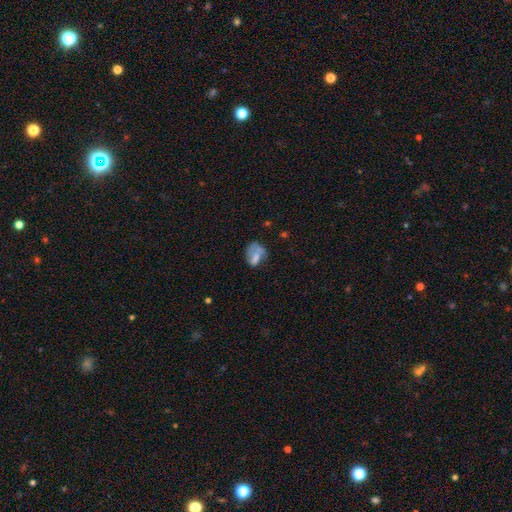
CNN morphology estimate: Smooth or featured? smooth (57%)
How rounded? in between (72%)
Merging? major disturbance (35%)